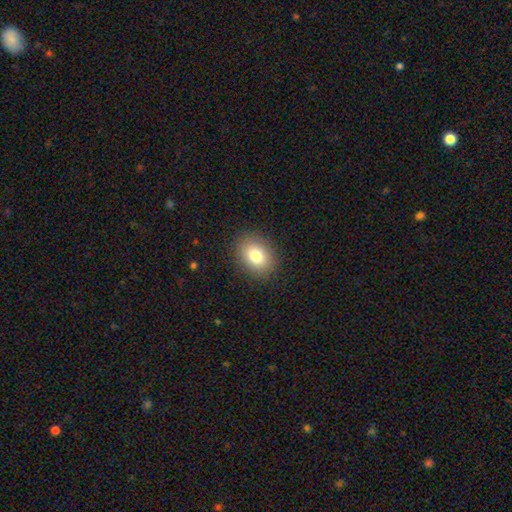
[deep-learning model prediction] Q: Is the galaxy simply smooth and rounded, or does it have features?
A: smooth — 79%.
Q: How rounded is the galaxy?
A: in between — 62%.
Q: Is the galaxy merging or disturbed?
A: none — 88%.